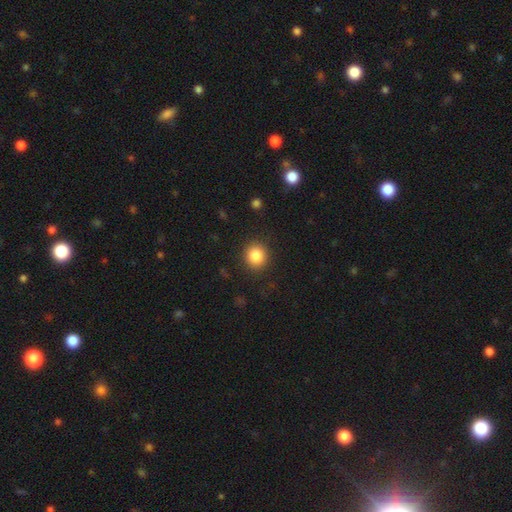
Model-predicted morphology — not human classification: Overall: smooth (84%). How rounded: round (86%). Merging: none (89%).